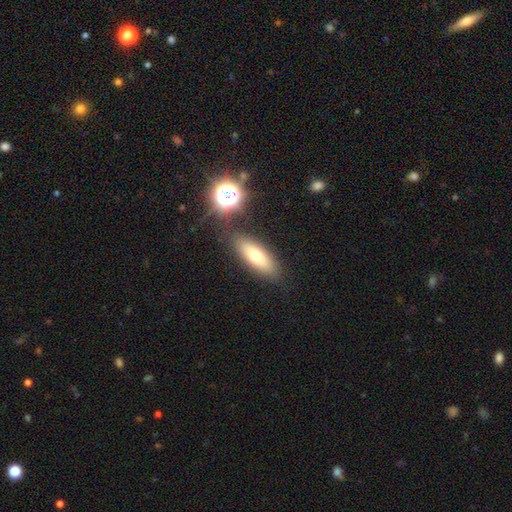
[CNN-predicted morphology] smooth-or-featured: smooth: 63% | featured or disk: 26% | star or artifact: 11%
  how-rounded: in between: 59% | cigar-shaped: 36% | round: 5%
  merging: none: 82% | minor disturbance: 11% | merger: 4% | major disturbance: 3%